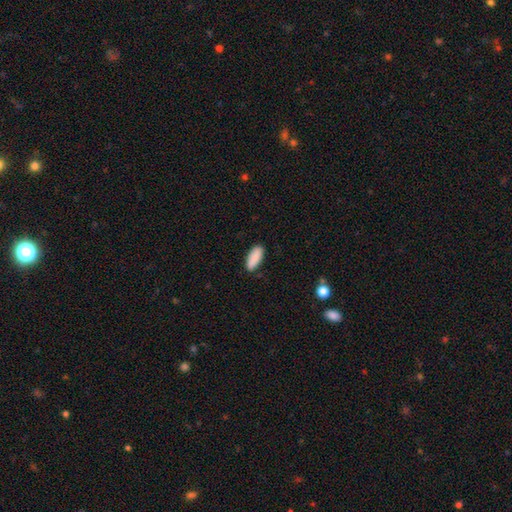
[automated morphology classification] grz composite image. It shows a smooth galaxy with no disk features (89%) that is in between round and cigar-shaped (78%). Merging: none (85%).